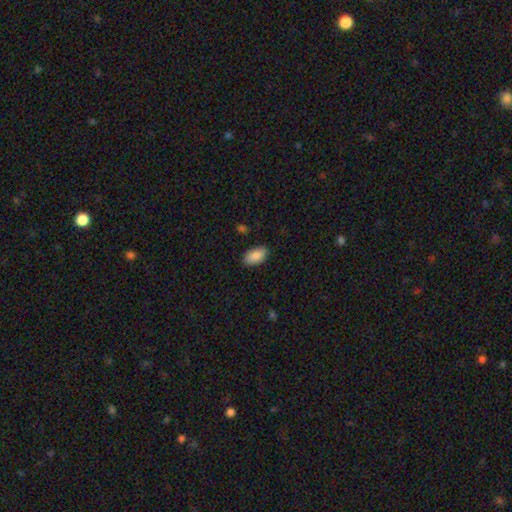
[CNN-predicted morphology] Smooth or featured? Predicted: smooth (p=0.89). How rounded? Predicted: in between (p=0.94). Merging? Predicted: none (p=0.86).